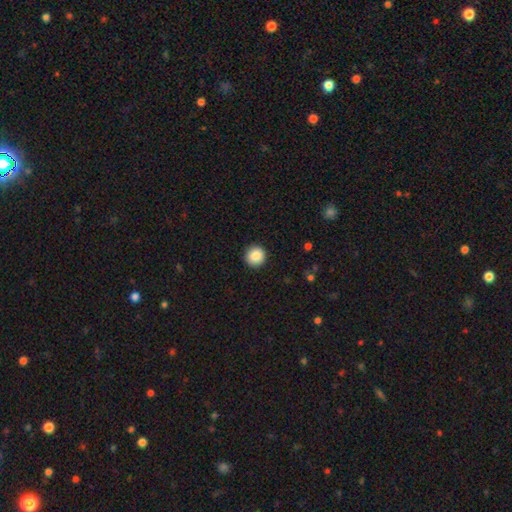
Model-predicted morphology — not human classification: Smooth or featured?
  - smooth: 88% *
  - star or artifact: 9%
  - featured or disk: 4%
How rounded?
  - round: 94% *
  - in between: 5%
  - cigar-shaped: 1%
Merging?
  - none: 92% *
  - minor disturbance: 5%
  - major disturbance: 2%
  - merger: 1%